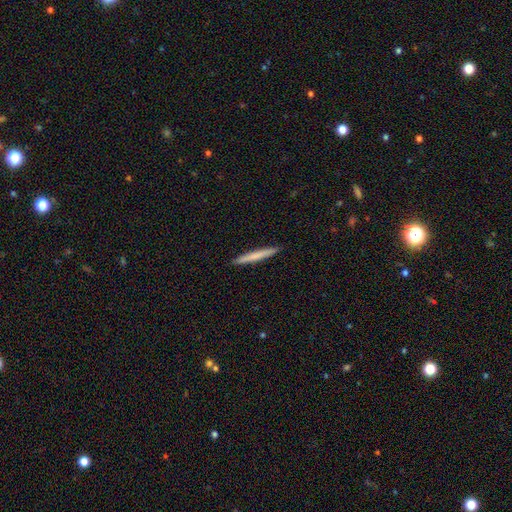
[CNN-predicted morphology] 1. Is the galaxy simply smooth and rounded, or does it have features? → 69% smooth, 26% featured or disk, 5% star or artifact.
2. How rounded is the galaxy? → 97% cigar-shaped, 2% in between, 1% round.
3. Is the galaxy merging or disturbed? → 93% none, 5% minor disturbance, 1% major disturbance, 1% merger.